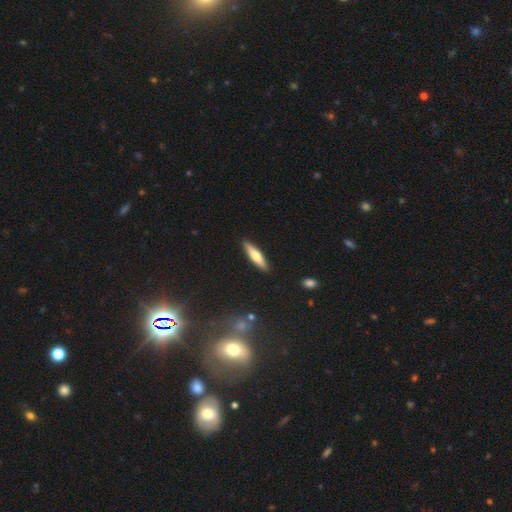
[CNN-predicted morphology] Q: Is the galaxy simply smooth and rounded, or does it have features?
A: smooth — 63%.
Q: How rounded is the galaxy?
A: cigar-shaped — 79%.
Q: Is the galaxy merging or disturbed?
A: none — 90%.